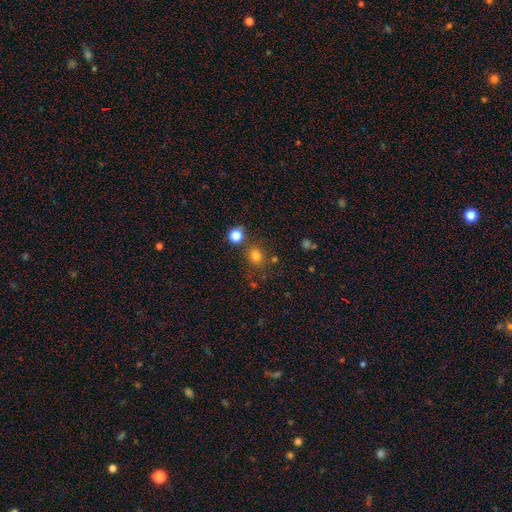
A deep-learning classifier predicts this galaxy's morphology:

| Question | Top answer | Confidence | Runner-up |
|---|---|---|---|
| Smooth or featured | smooth | 77% | star or artifact (17%) |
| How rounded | round | 75% | in between (24%) |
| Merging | none | 75% | merger (11%) |